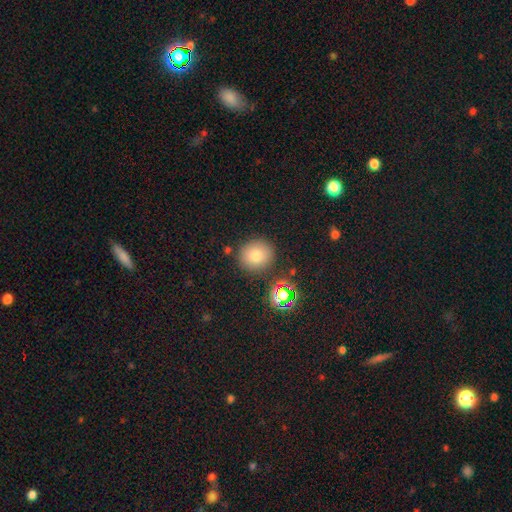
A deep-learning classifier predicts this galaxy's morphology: smooth_or_featured: smooth (p=0.76) [alt: star or artifact p=0.15]
how_rounded: round (p=0.89) [alt: in between p=0.10]
merging: none (p=0.84) [alt: minor disturbance p=0.09]